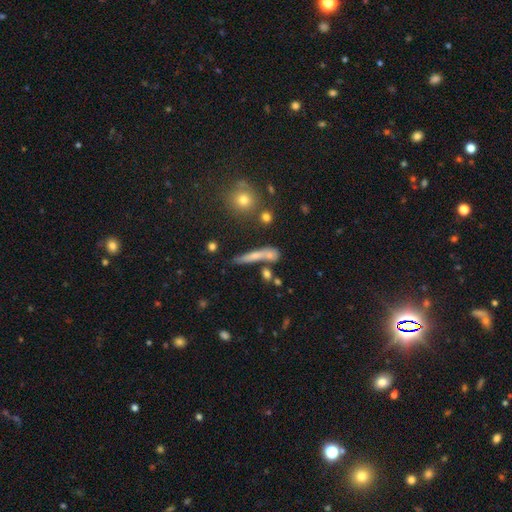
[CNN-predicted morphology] type=smooth (60%); roundness=cigar-shaped (81%); merging=none (57%).